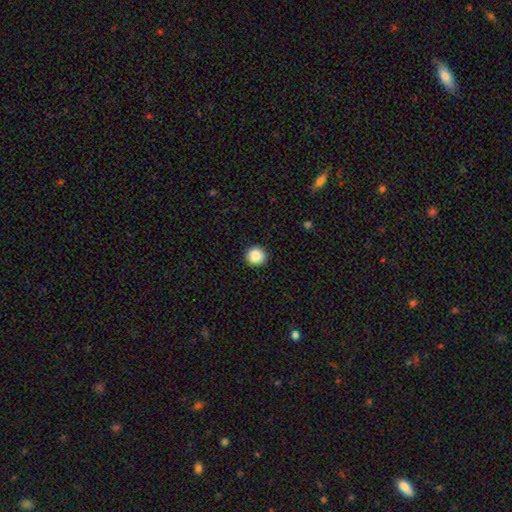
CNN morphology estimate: This appears to be a smooth galaxy with no disk features (87%) that is round (93%). Merging: none (93%).